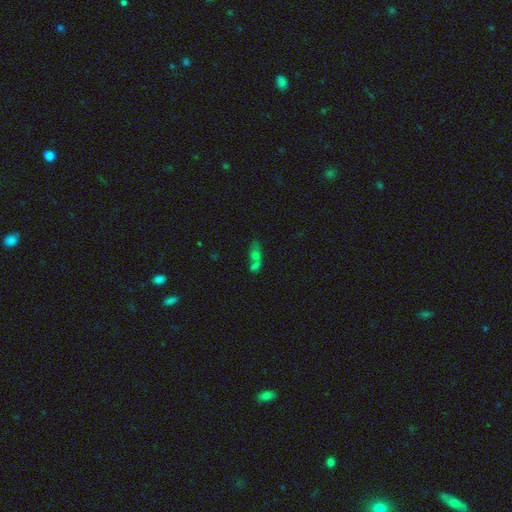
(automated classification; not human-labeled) A smooth galaxy with no disk features (56%) that is in between round and cigar-shaped (65%). Merging: merger (58%).